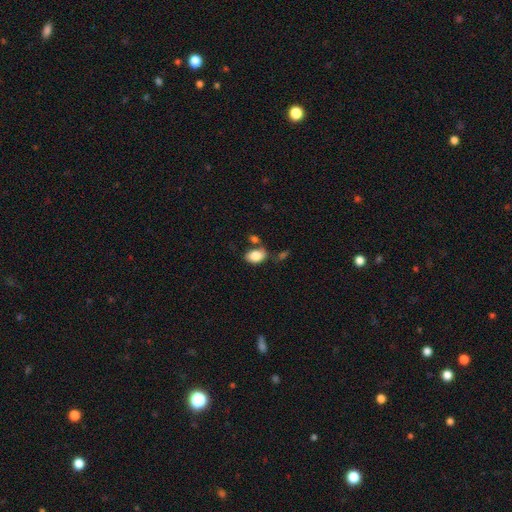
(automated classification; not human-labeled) Morphology: type=smooth (84%); roundness=in between (86%); merging=none (58%).